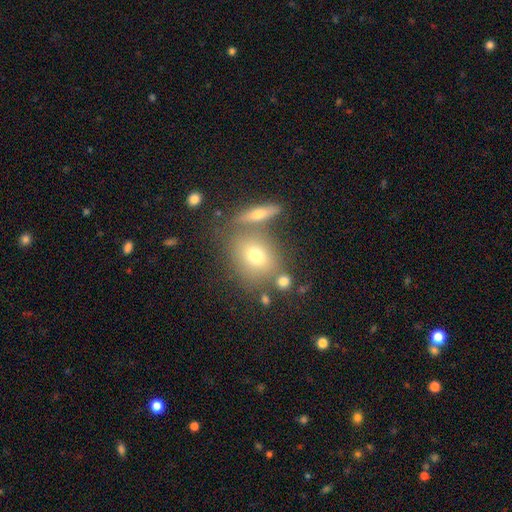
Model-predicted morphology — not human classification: Smooth or featured?
  - smooth: 66% *
  - featured or disk: 22%
  - star or artifact: 12%
How rounded?
  - round: 52% *
  - in between: 44%
  - cigar-shaped: 3%
Merging?
  - none: 61% *
  - merger: 22%
  - minor disturbance: 12%
  - major disturbance: 5%